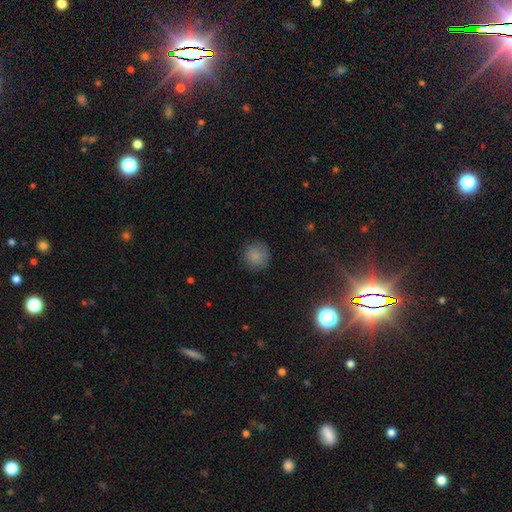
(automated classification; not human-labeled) Q: Smooth or featured?
A: smooth (83%); runner-up: star or artifact (10%)
Q: How rounded?
A: round (93%); runner-up: in between (6%)
Q: Merging?
A: none (83%); runner-up: minor disturbance (13%)